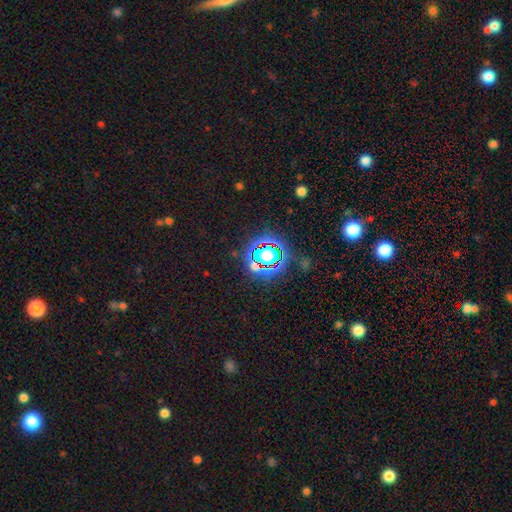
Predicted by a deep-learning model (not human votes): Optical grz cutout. It shows a star or artifact, not a galaxy (77%).